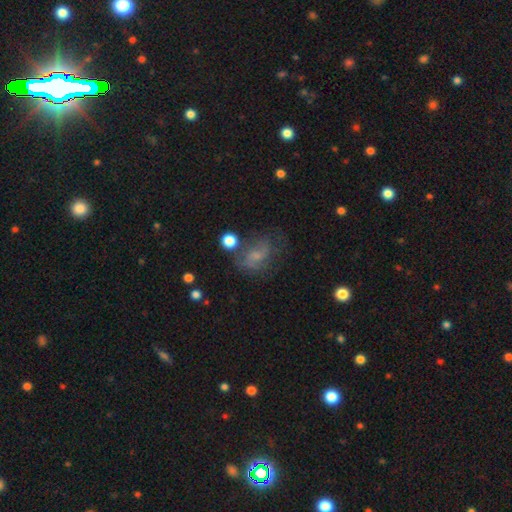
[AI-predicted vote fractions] This is marginally a featured or disk galaxy (44%). Merging: marginally none (44%).